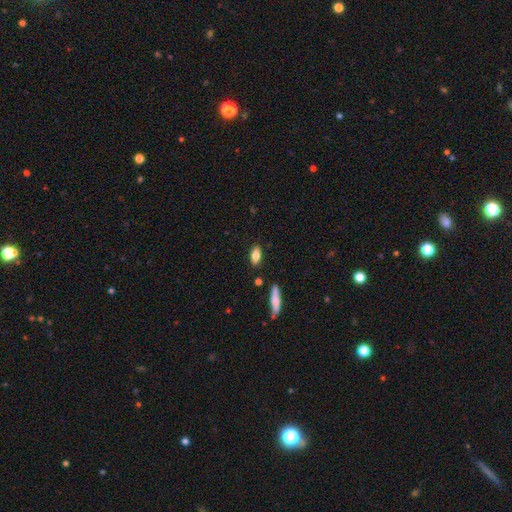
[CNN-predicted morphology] Smooth or featured: smooth — 81% (featured or disk — 12%)
How rounded: in between — 81% (cigar-shaped — 16%)
Merging: none — 84% (minor disturbance — 11%)